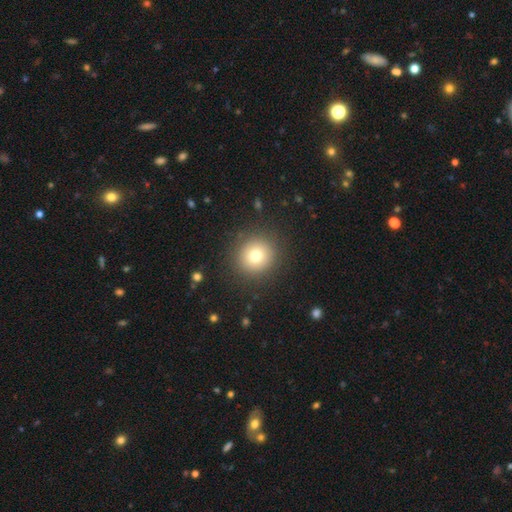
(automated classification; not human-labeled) smooth-or-featured: smooth: 76% | star or artifact: 13% | featured or disk: 11%
  how-rounded: round: 93% | in between: 6% | cigar-shaped: 1%
  merging: none: 90% | minor disturbance: 6% | major disturbance: 3% | merger: 1%